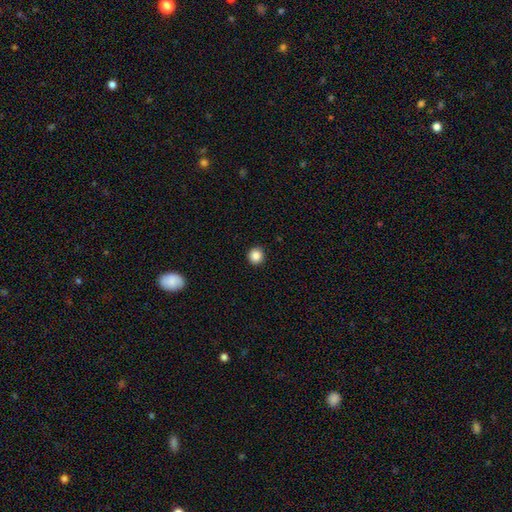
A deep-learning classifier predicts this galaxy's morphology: This appears to be a smooth galaxy with no disk features (87%) that is round (95%). Merging: none (93%).